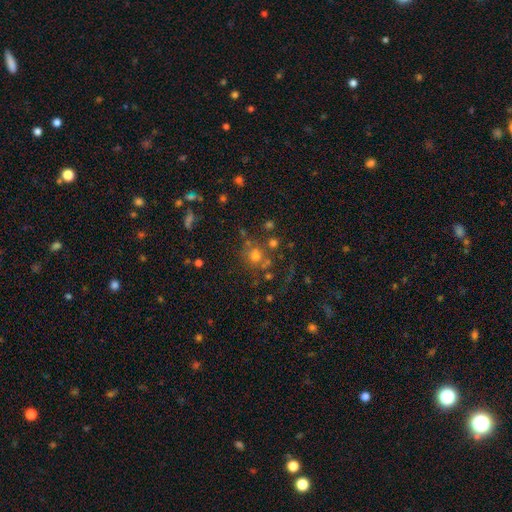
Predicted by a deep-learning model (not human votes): Smooth or featured: smooth — 60% (star or artifact — 27%)
How rounded: round — 88% (in between — 11%)
Merging: none — 67% (merger — 15%)